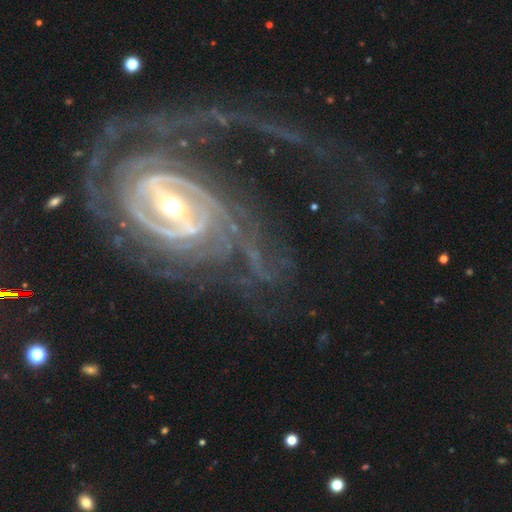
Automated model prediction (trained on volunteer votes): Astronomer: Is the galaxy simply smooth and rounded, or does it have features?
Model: featured or disk — 90%.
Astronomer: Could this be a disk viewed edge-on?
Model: no — 96%.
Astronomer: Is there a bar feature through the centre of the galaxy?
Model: strong — 54%.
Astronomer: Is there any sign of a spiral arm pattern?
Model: yes — 95%.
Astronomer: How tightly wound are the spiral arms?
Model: tight — 58%.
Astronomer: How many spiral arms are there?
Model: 2 — 29% (runner-up: can't tell, 22%).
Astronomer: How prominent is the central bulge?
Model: moderate — 60%.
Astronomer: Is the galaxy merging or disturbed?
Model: none — 54%.